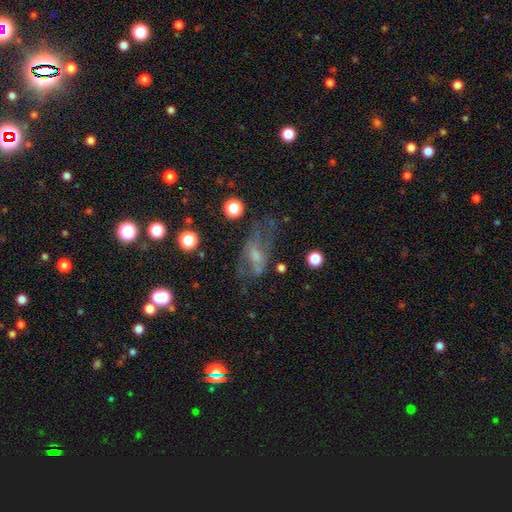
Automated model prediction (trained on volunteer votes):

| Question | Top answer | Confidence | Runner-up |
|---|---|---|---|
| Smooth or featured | featured or disk | 51% | smooth (32%) |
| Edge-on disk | no | 88% | yes (12%) |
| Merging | none | 46% | major disturbance (29%) |